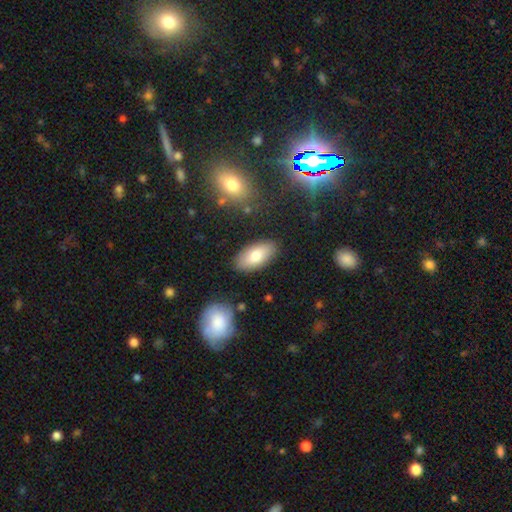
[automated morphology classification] This is likely a smooth galaxy (76%). How rounded: clearly in between (92%). Merging: clearly none (85%).